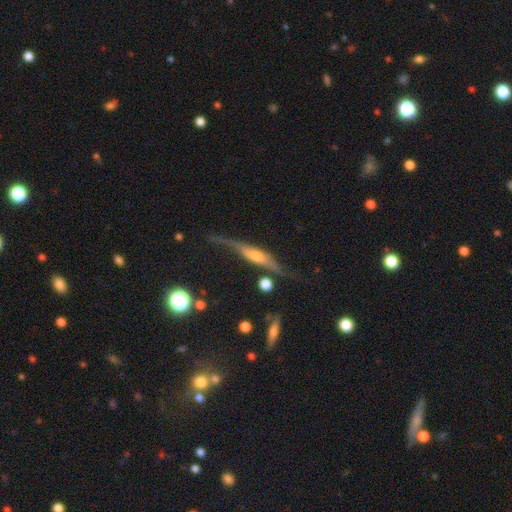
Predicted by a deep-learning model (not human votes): smooth-or-featured: featured or disk: 75% | smooth: 17% | star or artifact: 8%
  disk-edge-on: yes: 86% | no: 14%
    edge-on-bulge: rounded: 71% | none: 15% | boxy: 14%
  merging: none: 58% | minor disturbance: 25% | major disturbance: 12% | merger: 5%